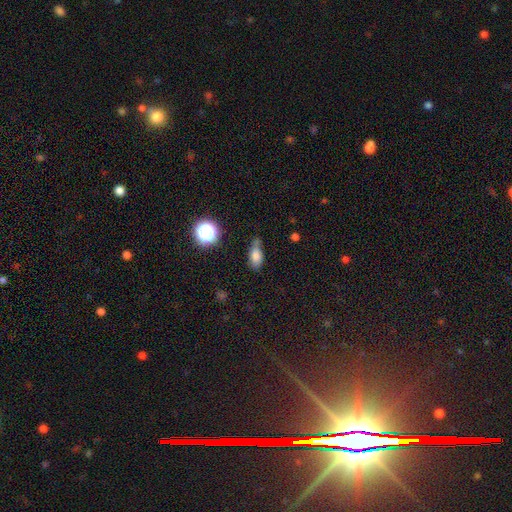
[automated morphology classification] Smooth or featured?
  - smooth: 77% *
  - star or artifact: 12%
  - featured or disk: 11%
How rounded?
  - in between: 79% *
  - round: 12%
  - cigar-shaped: 9%
Merging?
  - none: 50% *
  - minor disturbance: 33%
  - major disturbance: 9%
  - merger: 7%